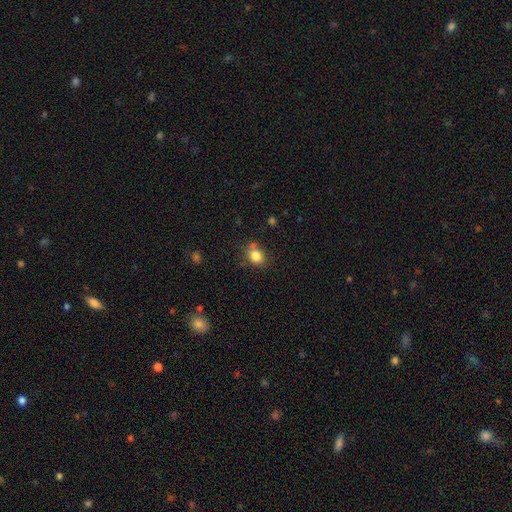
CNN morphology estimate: This is clearly a smooth galaxy (83%). How rounded: possibly round (50%). Merging: likely none (67%).